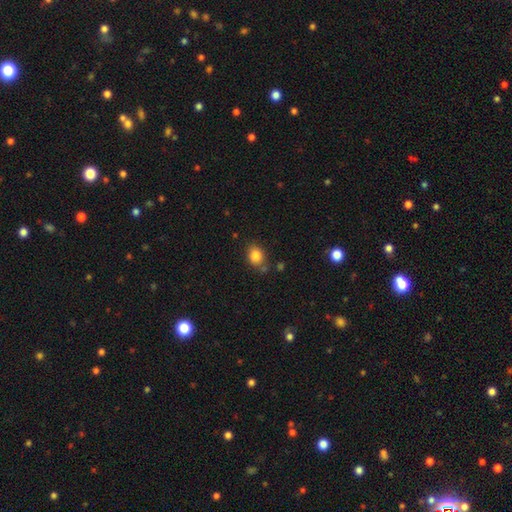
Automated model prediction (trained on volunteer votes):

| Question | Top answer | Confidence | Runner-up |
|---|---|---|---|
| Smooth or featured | smooth | 84% | star or artifact (10%) |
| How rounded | round | 51% | in between (48%) |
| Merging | none | 73% | minor disturbance (16%) |